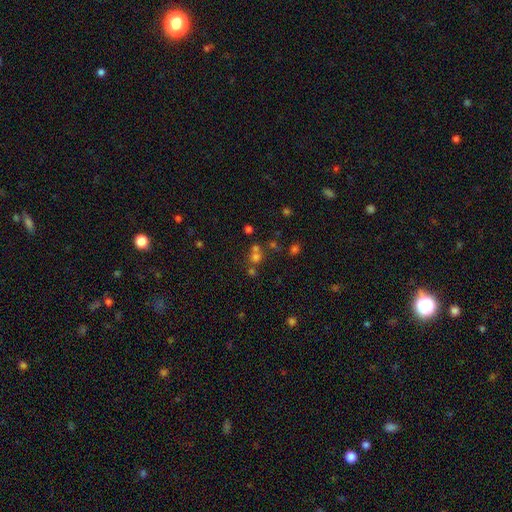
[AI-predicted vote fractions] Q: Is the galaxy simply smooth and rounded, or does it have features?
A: smooth — 58%.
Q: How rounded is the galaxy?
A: round — 85%.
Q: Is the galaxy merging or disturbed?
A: none — 50%.